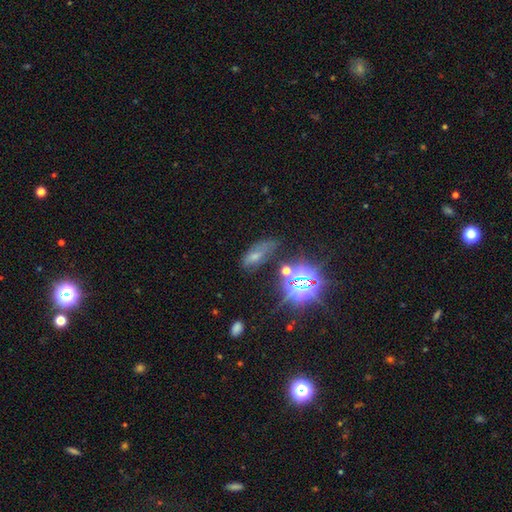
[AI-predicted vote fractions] Morphology: type=smooth (42%); merging=none (51%).